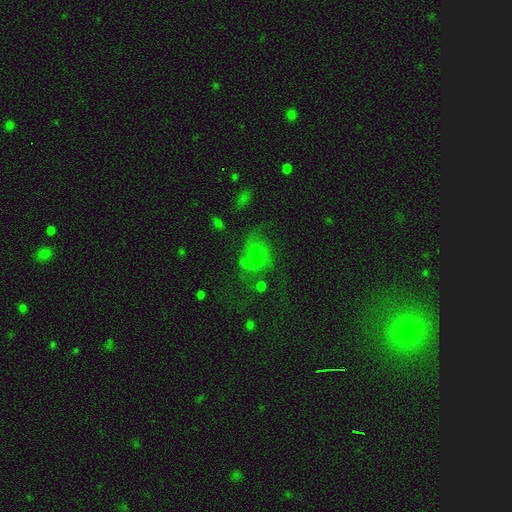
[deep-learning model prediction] Smooth or featured?
  - smooth: 45% *
  - featured or disk: 38%
  - star or artifact: 17%
Merging?
  - none: 40% *
  - major disturbance: 28%
  - minor disturbance: 21%
  - merger: 11%